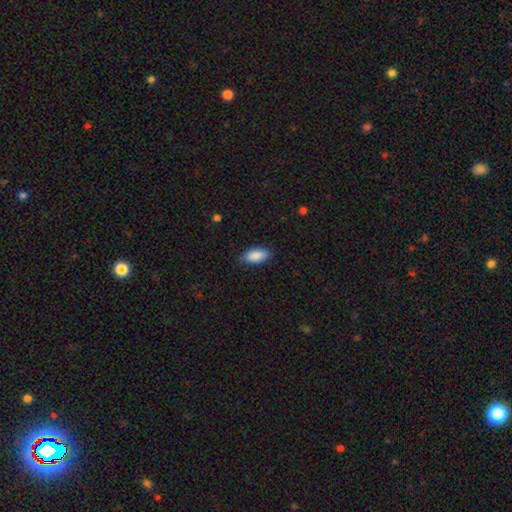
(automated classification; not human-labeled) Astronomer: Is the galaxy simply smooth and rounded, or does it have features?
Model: smooth — 88%.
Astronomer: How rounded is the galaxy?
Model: in between — 91%.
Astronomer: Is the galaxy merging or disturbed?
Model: none — 83%.